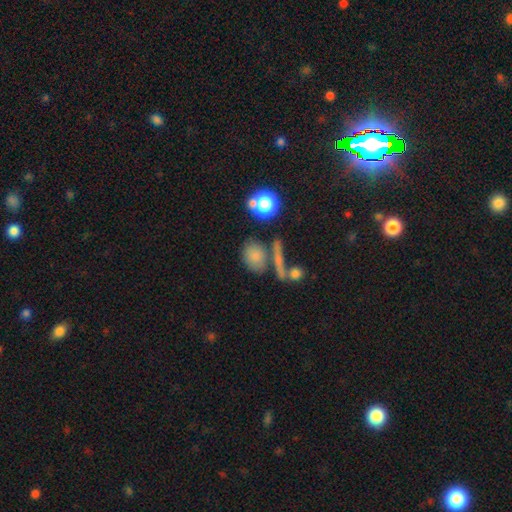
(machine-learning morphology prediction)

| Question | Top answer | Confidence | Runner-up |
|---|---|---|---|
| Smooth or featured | smooth | 74% | star or artifact (13%) |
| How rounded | in between | 50% | round (44%) |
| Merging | none | 59% | merger (20%) |